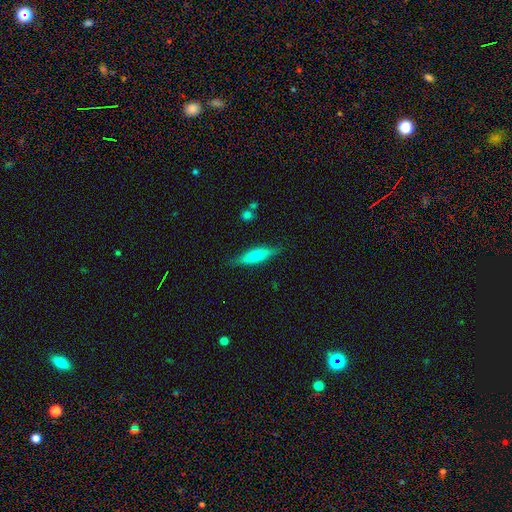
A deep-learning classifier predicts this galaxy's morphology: Smooth or featured? Predicted: smooth (p=0.61). How rounded? Predicted: cigar-shaped (p=0.74). Merging? Predicted: none (p=0.83).